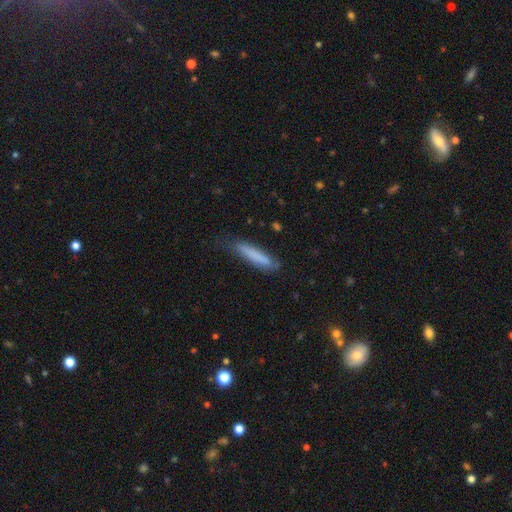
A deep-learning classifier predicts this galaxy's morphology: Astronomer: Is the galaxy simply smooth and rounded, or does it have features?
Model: smooth — 77%.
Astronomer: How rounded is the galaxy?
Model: cigar-shaped — 89%.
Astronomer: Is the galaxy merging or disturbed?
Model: none — 70%.